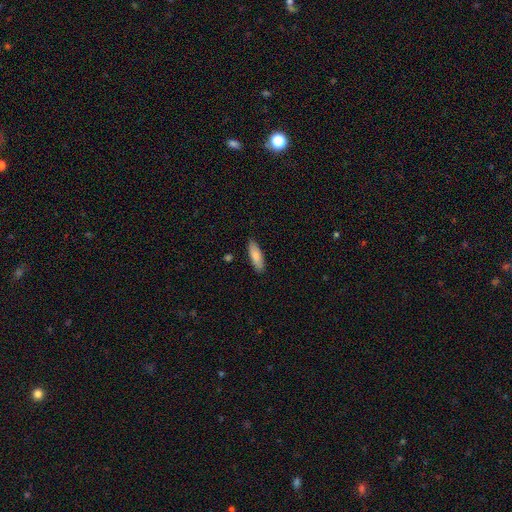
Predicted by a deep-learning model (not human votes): Smooth or featured? smooth (83%)
How rounded? in between (57%)
Merging? none (88%)